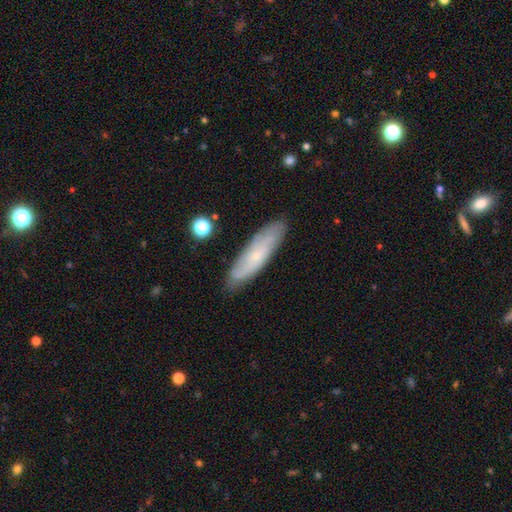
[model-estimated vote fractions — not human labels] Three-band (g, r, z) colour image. It shows a smooth galaxy with no disk features (46%, tied with featured or disk). Merging: none (83%).